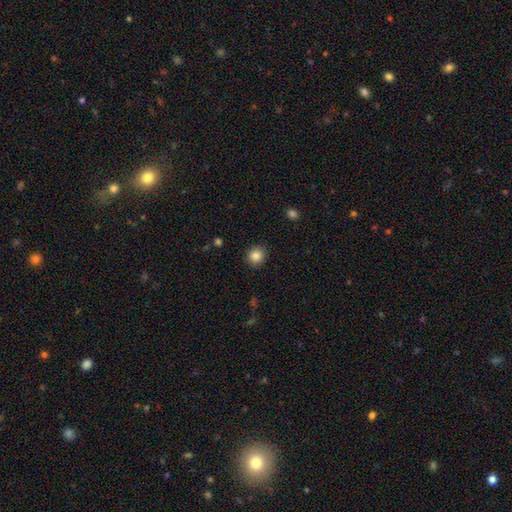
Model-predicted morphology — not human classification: A smooth galaxy with no disk features (86%) that is round (88%). Merging: none (90%).